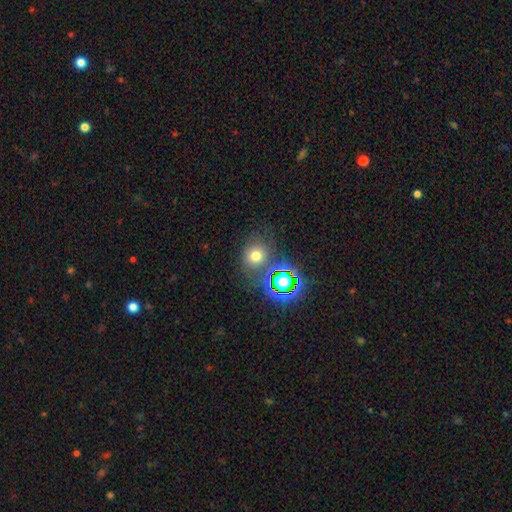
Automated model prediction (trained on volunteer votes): Overall: smooth (64%; star or artifact 26%). How rounded: round (80%). Merging: none (71%).